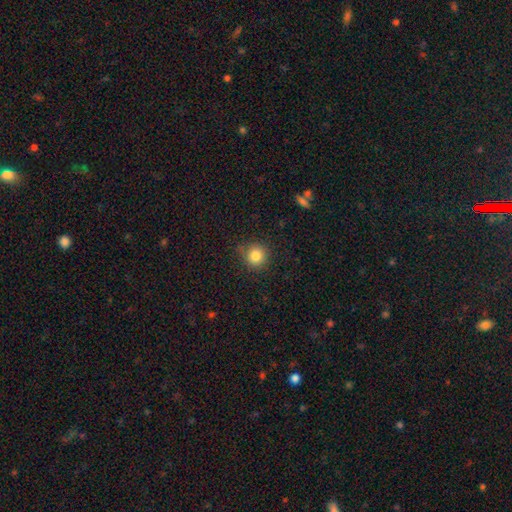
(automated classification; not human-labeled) Morphology: type=smooth (83%); roundness=round (92%); merging=none (80%).